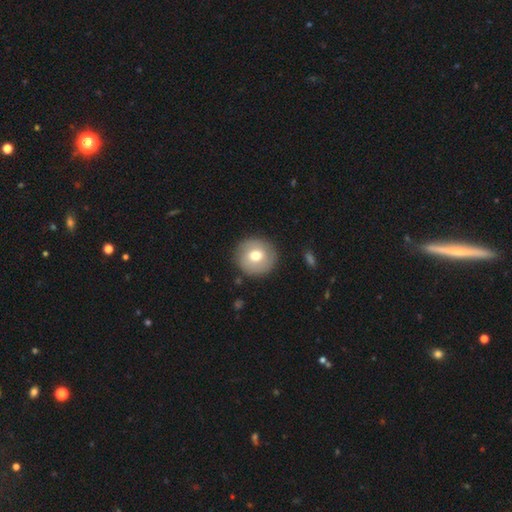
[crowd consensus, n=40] Morphology: type=smooth (68%); roundness=round (96%); merging=none (81%).